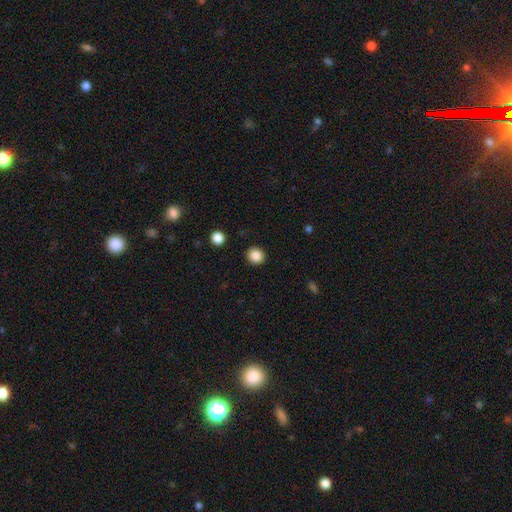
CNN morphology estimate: Overall: smooth (86%). How rounded: round (88%). Merging: none (92%).